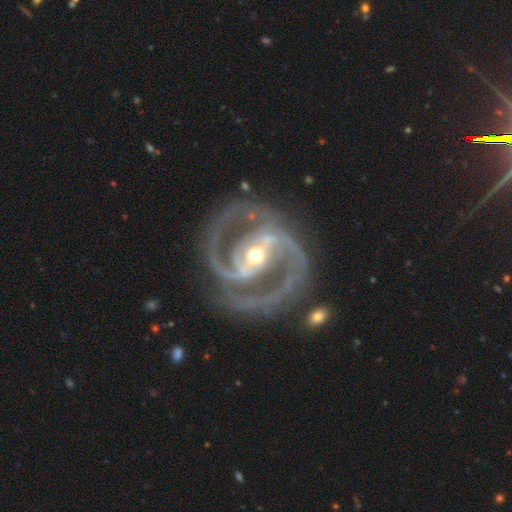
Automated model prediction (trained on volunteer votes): Morphology: type=featured or disk (93%); edge-on=no (98%); bar=strong (57%); spiral arms=yes (98%); winding=medium (55%); arm count=2 (86%); bulge=moderate (60%); merging=none (77%).